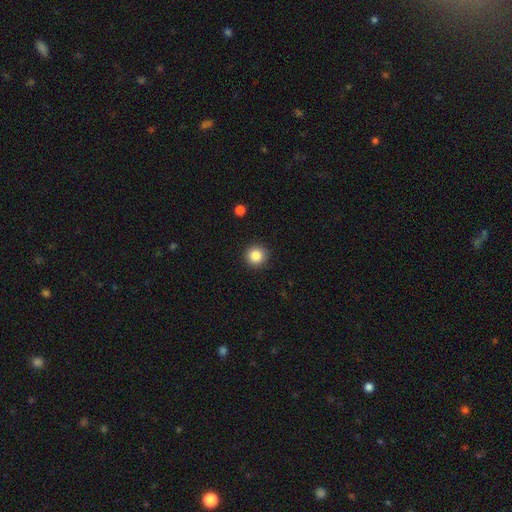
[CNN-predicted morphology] smooth_or_featured: smooth (p=0.86) [alt: star or artifact p=0.10]
how_rounded: round (p=0.95) [alt: in between p=0.04]
merging: none (p=0.92) [alt: minor disturbance p=0.05]